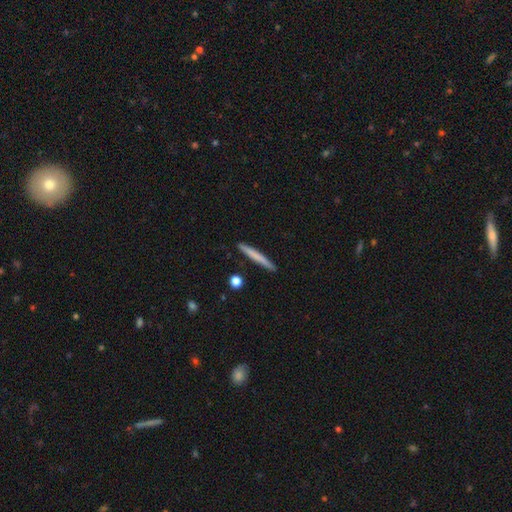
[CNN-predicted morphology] type=smooth (65%); roundness=cigar-shaped (96%); merging=none (90%).